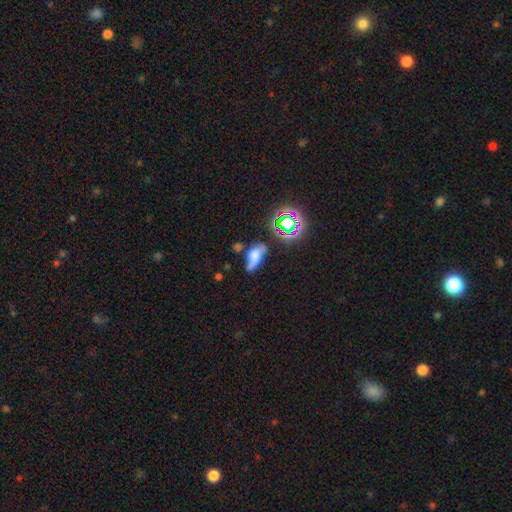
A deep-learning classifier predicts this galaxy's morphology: smooth 48%, featured or disk 32%, star or artifact 20%. Down the decision tree: merging — none (36%).